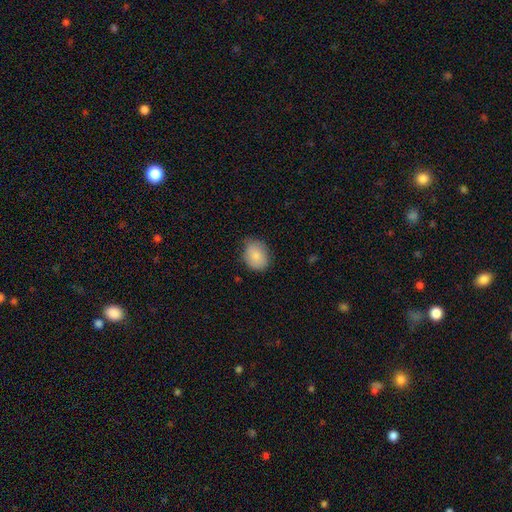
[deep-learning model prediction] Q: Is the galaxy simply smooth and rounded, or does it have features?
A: smooth — 84%.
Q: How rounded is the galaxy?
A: in between — 57%.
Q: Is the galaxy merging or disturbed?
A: none — 75%.